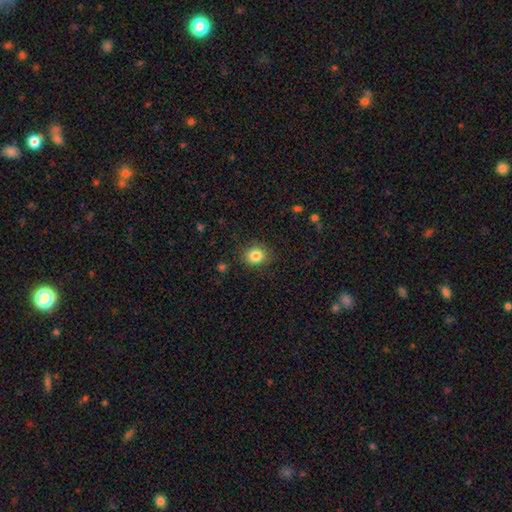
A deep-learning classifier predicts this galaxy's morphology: smooth 84%, star or artifact 10%, featured or disk 6%. Down the decision tree: how rounded — round (71%); merging — none (87%).